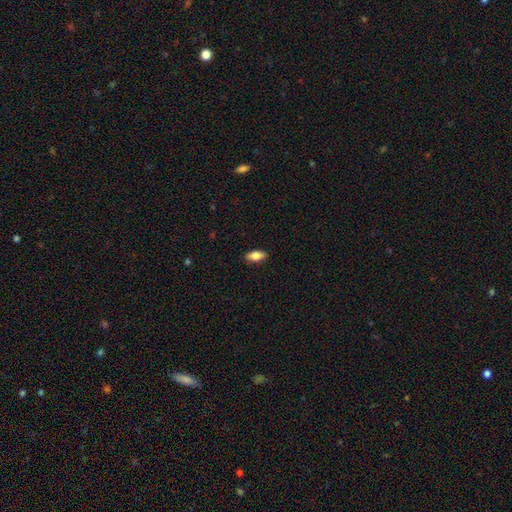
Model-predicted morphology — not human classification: Smooth or featured? Predicted: smooth (p=0.78). How rounded? Predicted: in between (p=0.85). Merging? Predicted: none (p=0.89).